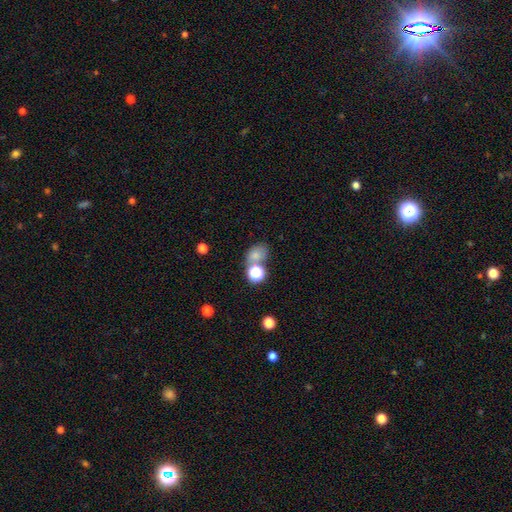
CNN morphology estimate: Smooth or featured?
  - smooth: 70% *
  - star or artifact: 18%
  - featured or disk: 12%
How rounded?
  - in between: 55% *
  - round: 44%
  - cigar-shaped: 1%
Merging?
  - none: 50% *
  - merger: 31%
  - minor disturbance: 13%
  - major disturbance: 7%